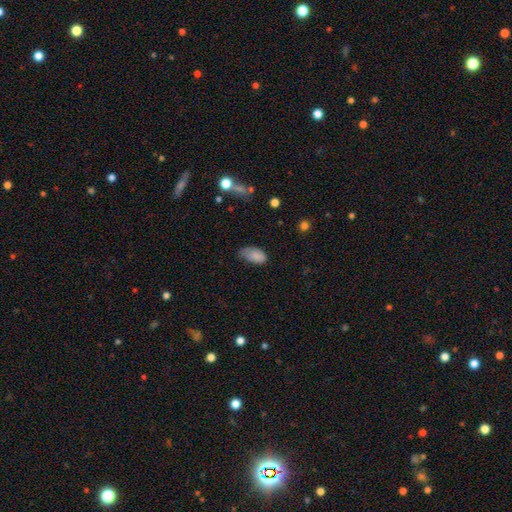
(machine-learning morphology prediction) Smooth or featured? Predicted: smooth (p=0.81). How rounded? Predicted: in between (p=0.93). Merging? Predicted: none (p=0.43).